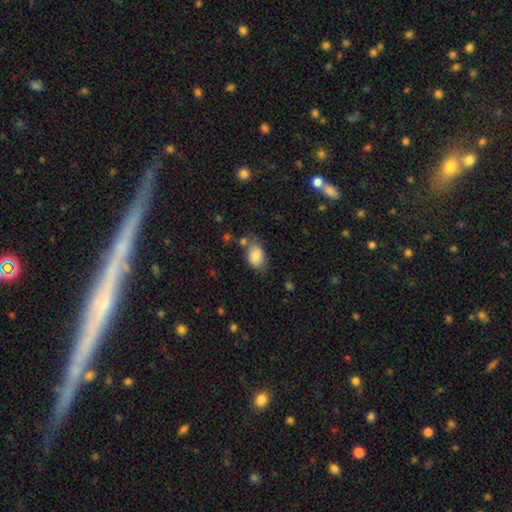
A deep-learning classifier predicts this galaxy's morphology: A smooth galaxy with no disk features (84%) that is in between round and cigar-shaped (82%). Merging: none (58%).